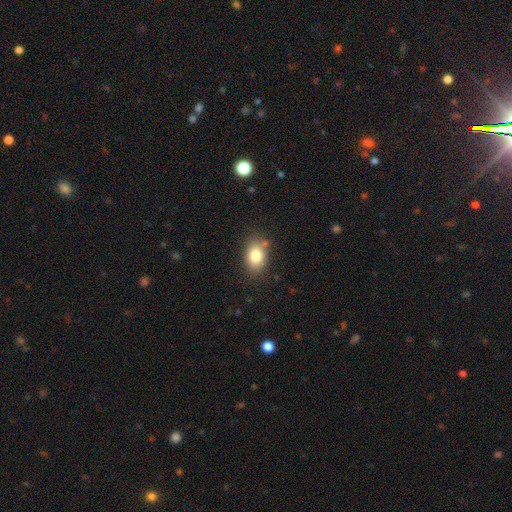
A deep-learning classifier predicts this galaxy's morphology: Q: Smooth or featured?
A: smooth (81%); runner-up: star or artifact (10%)
Q: How rounded?
A: in between (75%); runner-up: round (24%)
Q: Merging?
A: none (75%); runner-up: minor disturbance (17%)